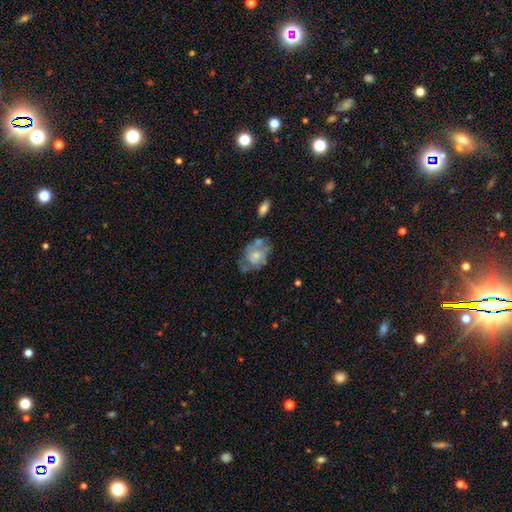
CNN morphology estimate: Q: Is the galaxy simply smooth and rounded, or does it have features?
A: featured or disk — 52%.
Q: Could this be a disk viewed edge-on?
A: no — 96%.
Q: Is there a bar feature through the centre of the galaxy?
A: no — 86%.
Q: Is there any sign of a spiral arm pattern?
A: no — 63%.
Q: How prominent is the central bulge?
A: moderate — 42%.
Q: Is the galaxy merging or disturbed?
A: none — 38%.